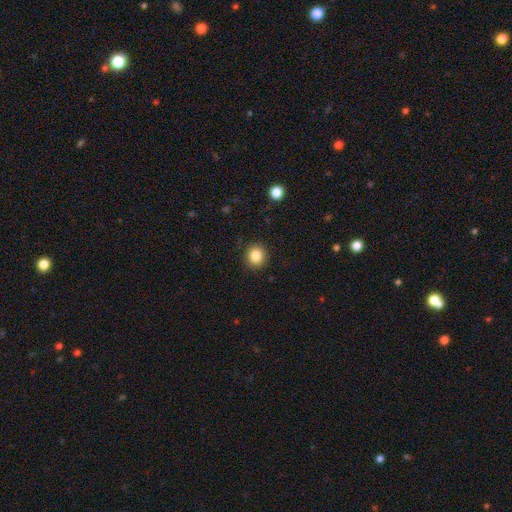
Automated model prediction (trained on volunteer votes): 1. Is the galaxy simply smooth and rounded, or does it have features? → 85% smooth, 10% star or artifact, 5% featured or disk.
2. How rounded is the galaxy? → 87% round, 12% in between, 1% cigar-shaped.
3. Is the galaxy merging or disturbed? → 90% none, 7% minor disturbance, 2% major disturbance, 1% merger.